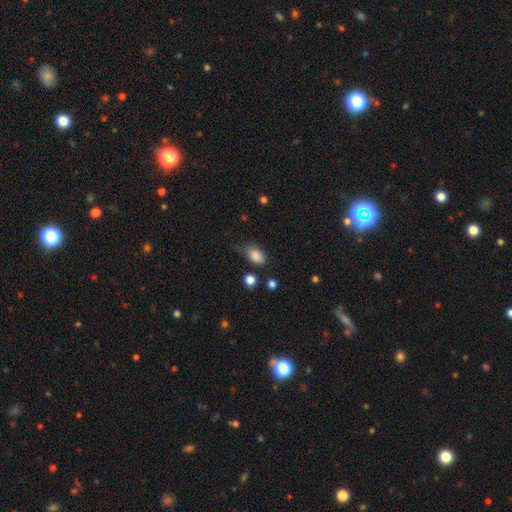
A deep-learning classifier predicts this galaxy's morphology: smooth 86%, star or artifact 9%, featured or disk 5%. Down the decision tree: how rounded — in between (87%); merging — none (56%).